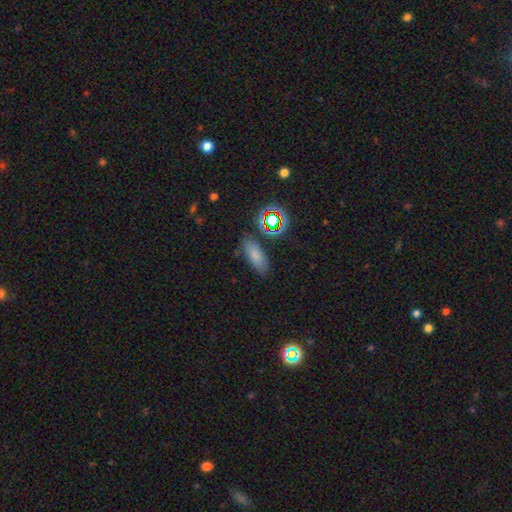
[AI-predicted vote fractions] The model was most divided on "smooth or featured": smooth: 73%, star or artifact: 17%, featured or disk: 10%. More confident: how rounded — in between (78%); merging — none (77%).